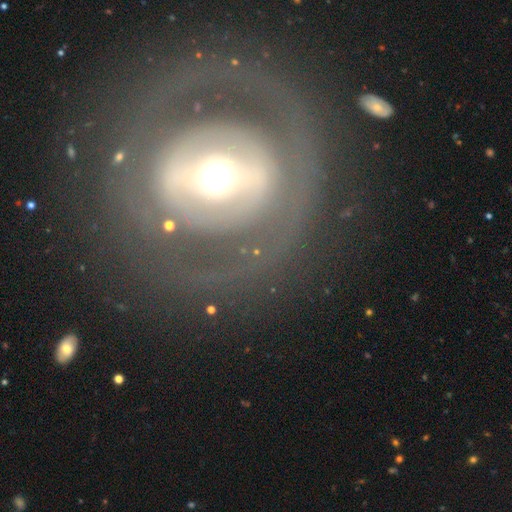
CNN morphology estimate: This appears to be a featured or disk galaxy (72%) with a strong bar (45%), no spiral arms (66%) and a moderate central bulge (59%). Merging: none (77%).